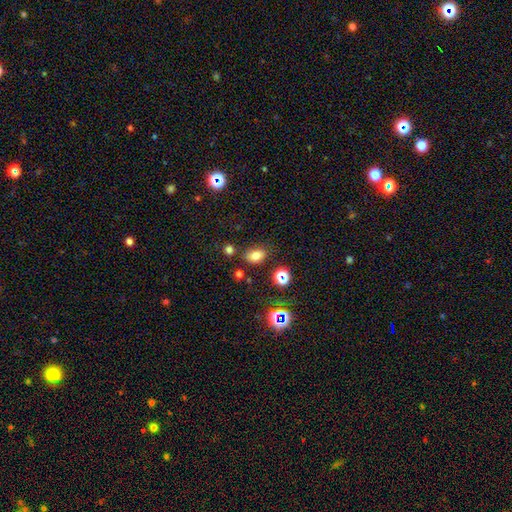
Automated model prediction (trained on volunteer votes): smooth-or-featured: smooth: 75% | star or artifact: 17% | featured or disk: 8%
  how-rounded: in between: 77% | round: 22% | cigar-shaped: 1%
  merging: none: 76% | minor disturbance: 14% | merger: 6% | major disturbance: 4%